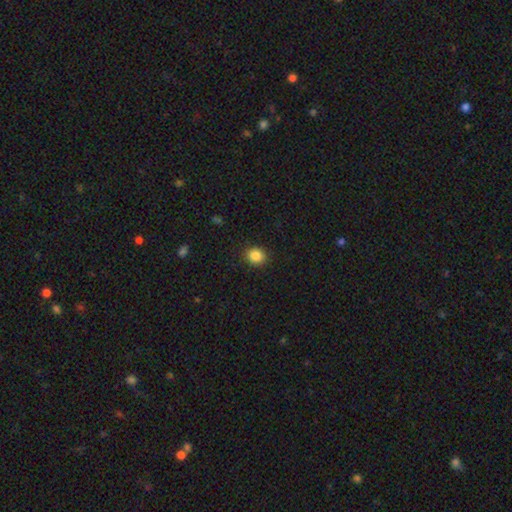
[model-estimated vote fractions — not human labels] Q: Smooth or featured?
A: smooth (86%); runner-up: star or artifact (10%)
Q: How rounded?
A: round (75%); runner-up: in between (24%)
Q: Merging?
A: none (90%); runner-up: minor disturbance (7%)